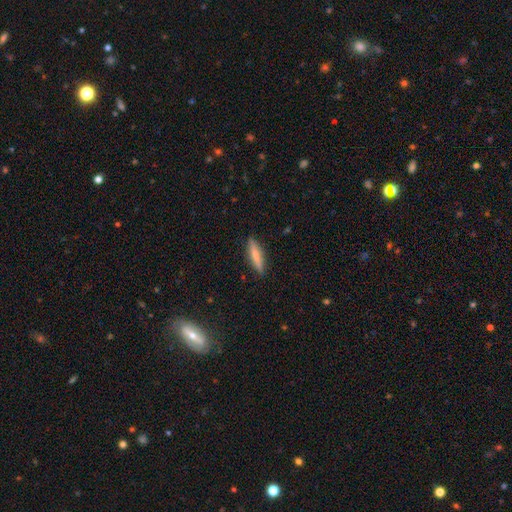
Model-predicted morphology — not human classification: This is likely a smooth galaxy (67%). How rounded: clearly cigar-shaped (83%). Merging: clearly none (89%).